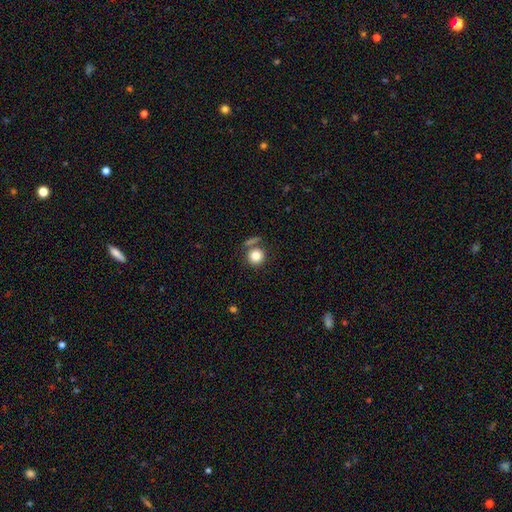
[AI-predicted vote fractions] Q: Smooth or featured?
A: smooth (83%); runner-up: star or artifact (10%)
Q: How rounded?
A: round (89%); runner-up: in between (10%)
Q: Merging?
A: none (69%); runner-up: merger (15%)